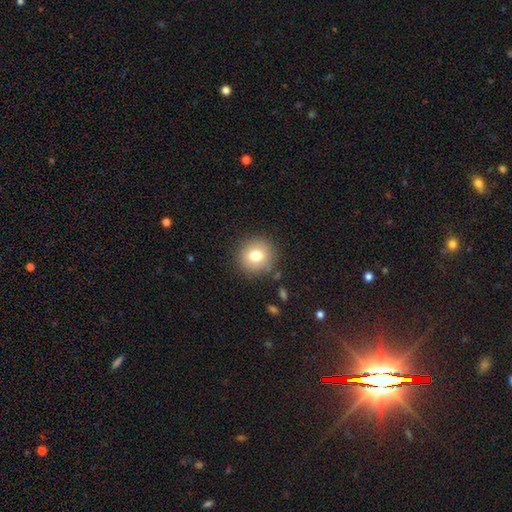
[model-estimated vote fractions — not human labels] A smooth galaxy with no disk features (78%) that is round (91%). Merging: none (86%).